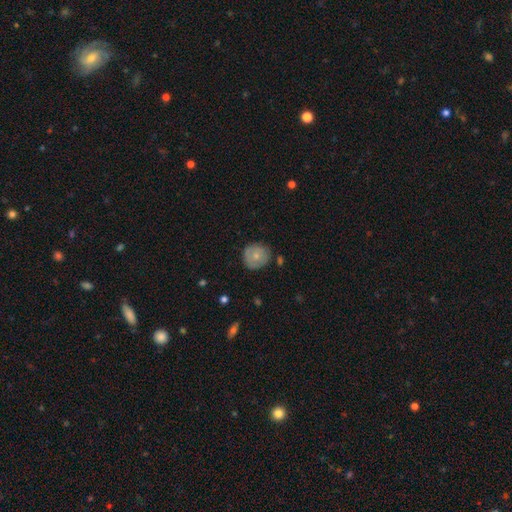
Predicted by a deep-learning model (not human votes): smooth_or_featured: smooth (p=0.65) [alt: featured or disk p=0.28]
how_rounded: round (p=0.90) [alt: in between p=0.09]
merging: none (p=0.76) [alt: minor disturbance p=0.18]